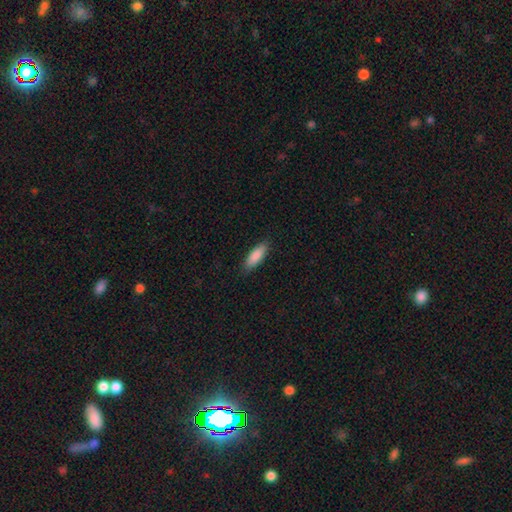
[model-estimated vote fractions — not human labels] smooth 88%, featured or disk 6%, star or artifact 5%. Down the decision tree: how rounded — in between (54%); merging — none (88%).